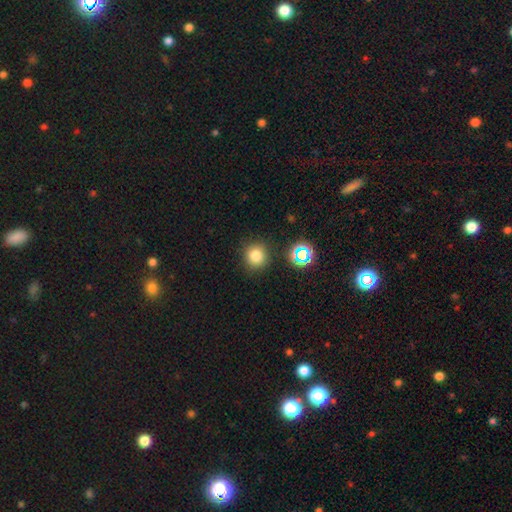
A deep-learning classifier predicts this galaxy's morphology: A smooth galaxy with no disk features (78%) that is round (92%). Merging: none (86%).